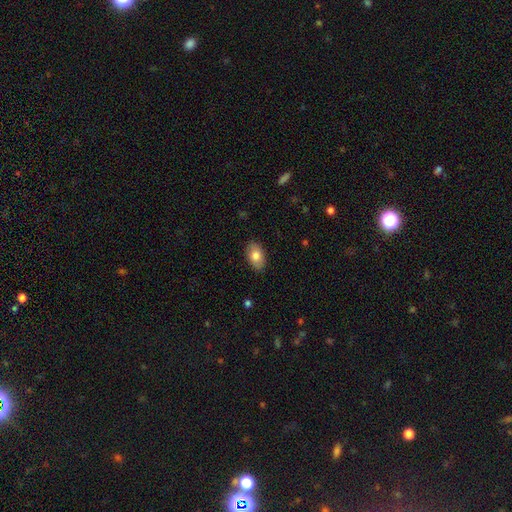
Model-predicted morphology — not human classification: Smooth or featured: smooth — 80% (featured or disk — 13%)
How rounded: in between — 91% (round — 7%)
Merging: none — 87% (minor disturbance — 10%)